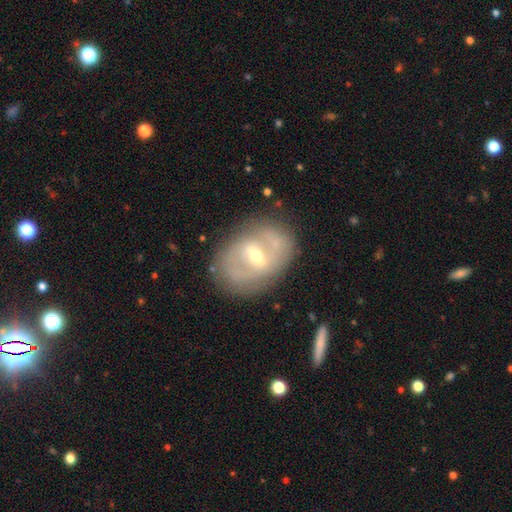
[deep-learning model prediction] Smooth or featured? featured or disk (74%)
Edge-on disk? no (94%)
Bar? weak (46%)
Spiral arms? yes (62%)
Bulge size? moderate (55%)
Merging? none (71%)